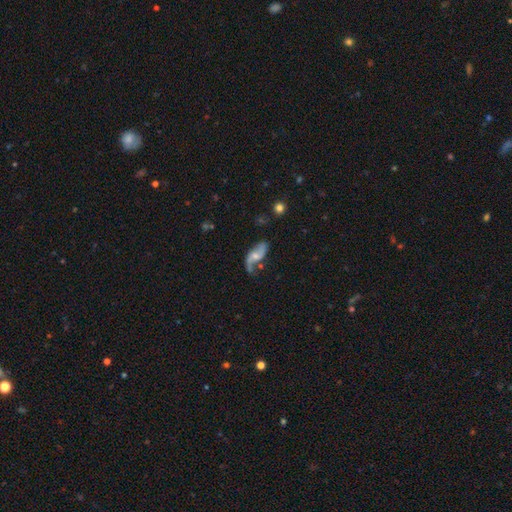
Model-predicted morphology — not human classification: Smooth or featured? Predicted: featured or disk (p=0.78). Edge-on disk? Predicted: no (p=0.95). Bar? Predicted: no (p=0.59). Spiral arms? Predicted: yes (p=0.92). Spiral winding? Predicted: loose (p=0.76). Spiral arm count? Predicted: 2 (p=0.86). Bulge size? Predicted: moderate (p=0.45). Merging? Predicted: none (p=0.55).